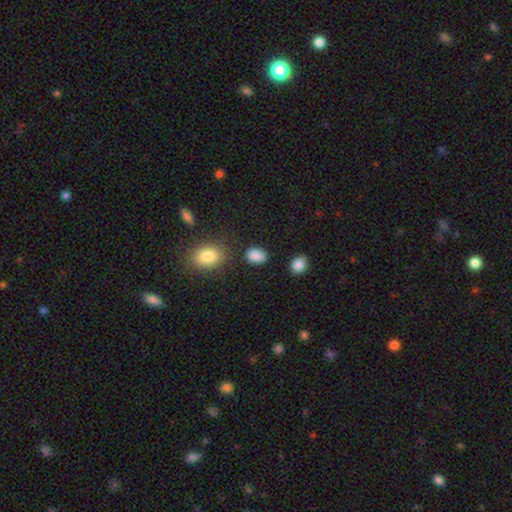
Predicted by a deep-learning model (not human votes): Morphology: type=smooth (87%); roundness=in between (76%); merging=none (79%).